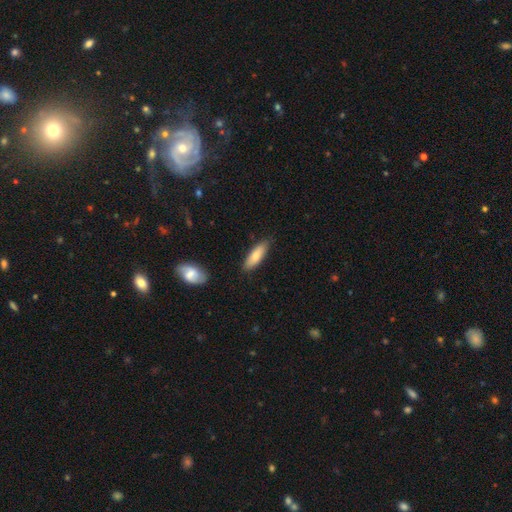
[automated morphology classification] smooth_or_featured: smooth (p=0.79) [alt: featured or disk p=0.15]
how_rounded: in between (p=0.54) [alt: cigar-shaped p=0.45]
merging: none (p=0.83) [alt: minor disturbance p=0.13]